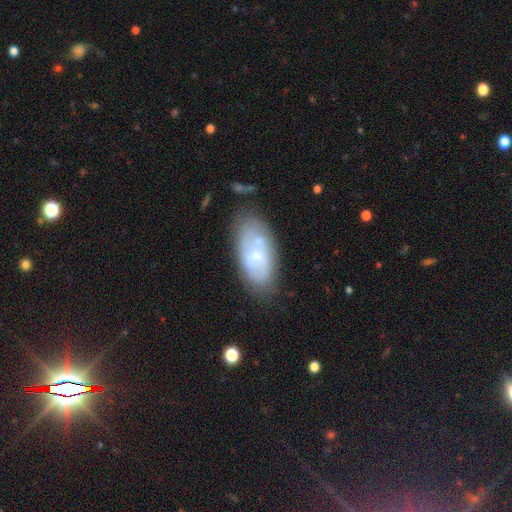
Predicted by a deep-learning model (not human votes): Q: Smooth or featured?
A: featured or disk (47%); runner-up: smooth (45%)
Q: Merging?
A: none (64%); runner-up: minor disturbance (20%)